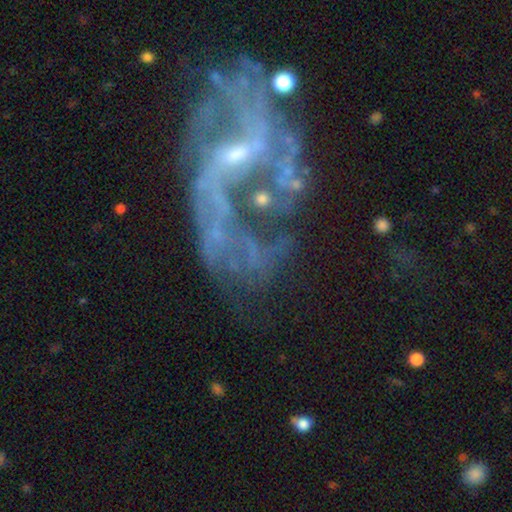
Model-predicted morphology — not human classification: featured or disk 68%, star or artifact 19%, smooth 13%. Down the decision tree: edge-on disk — no (95%); bar — no (56%); spiral arms — yes (54%); bulge size — small (41%); merging — major disturbance (36%).